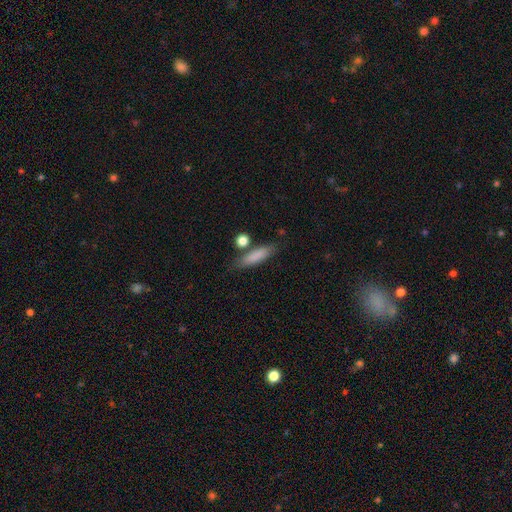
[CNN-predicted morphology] smooth_or_featured: smooth (p=0.83) [alt: featured or disk p=0.11]
how_rounded: cigar-shaped (p=0.69) [alt: in between p=0.28]
merging: none (p=0.74) [alt: minor disturbance p=0.13]